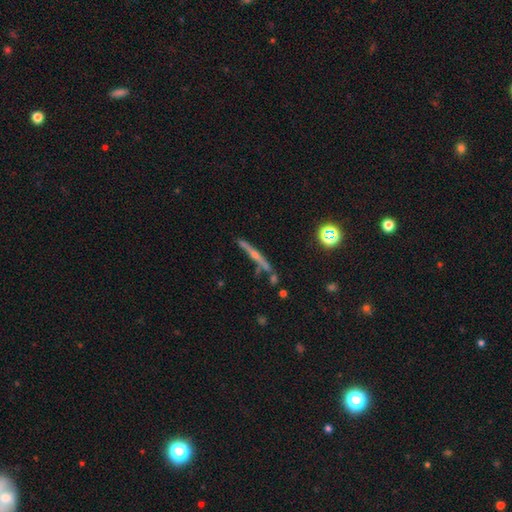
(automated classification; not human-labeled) smooth-or-featured: featured or disk: 65% | smooth: 22% | star or artifact: 13%
  disk-edge-on: yes: 94% | no: 6%
    edge-on-bulge: rounded: 69% | none: 25% | boxy: 7%
  merging: none: 72% | minor disturbance: 16% | merger: 8% | major disturbance: 5%